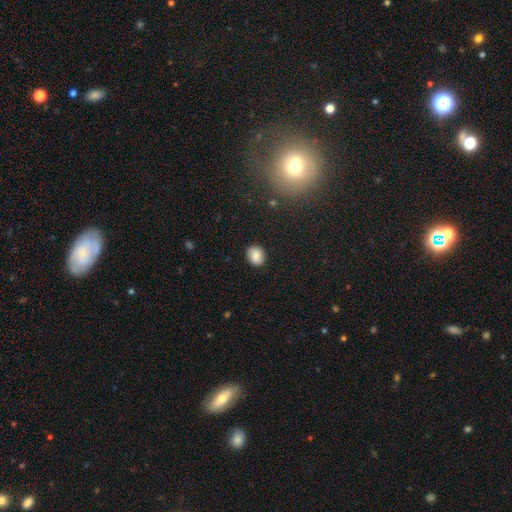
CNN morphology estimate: smooth 85%, star or artifact 8%, featured or disk 7%. Down the decision tree: how rounded — in between (55%); merging — none (87%).